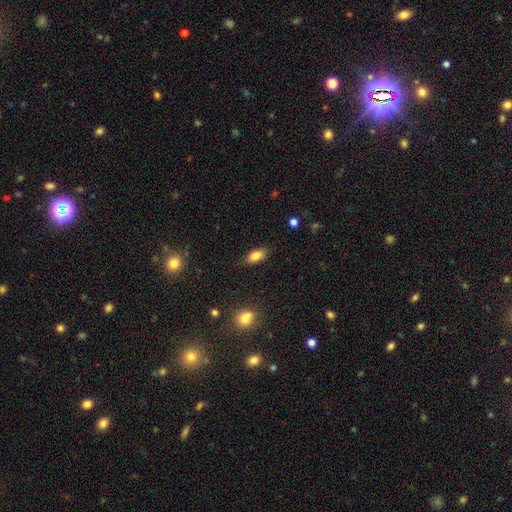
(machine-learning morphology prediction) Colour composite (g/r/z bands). It shows a smooth galaxy with no disk features (84%) that is in between round and cigar-shaped (88%). Merging: none (82%).